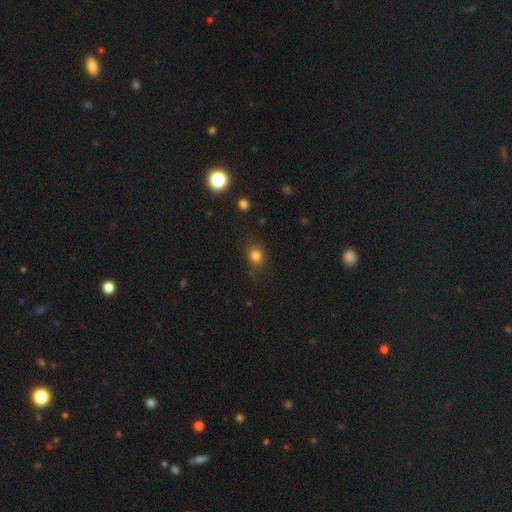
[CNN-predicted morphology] smooth_or_featured: smooth (p=0.80) [alt: star or artifact p=0.13]
how_rounded: round (p=0.65) [alt: in between p=0.34]
merging: none (p=0.77) [alt: minor disturbance p=0.16]